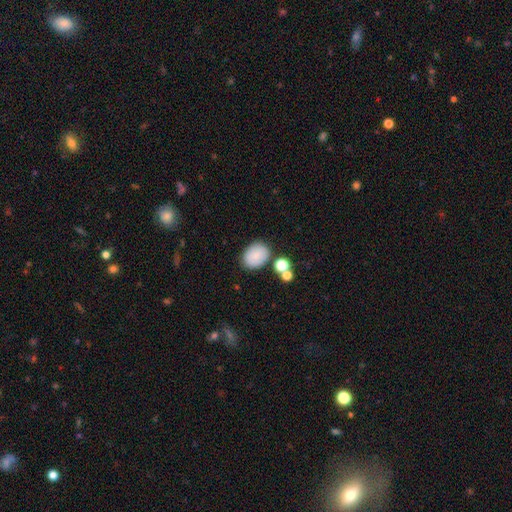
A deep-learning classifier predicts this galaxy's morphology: Q: Smooth or featured?
A: smooth (84%); runner-up: star or artifact (9%)
Q: How rounded?
A: in between (66%); runner-up: round (32%)
Q: Merging?
A: none (77%); runner-up: minor disturbance (12%)